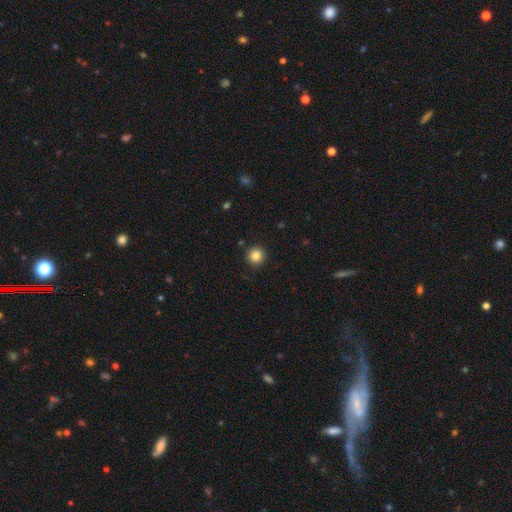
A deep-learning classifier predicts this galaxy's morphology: Smooth or featured?
  - smooth: 85% *
  - star or artifact: 10%
  - featured or disk: 5%
How rounded?
  - round: 95% *
  - in between: 4%
  - cigar-shaped: 1%
Merging?
  - none: 92% *
  - minor disturbance: 5%
  - major disturbance: 2%
  - merger: 1%